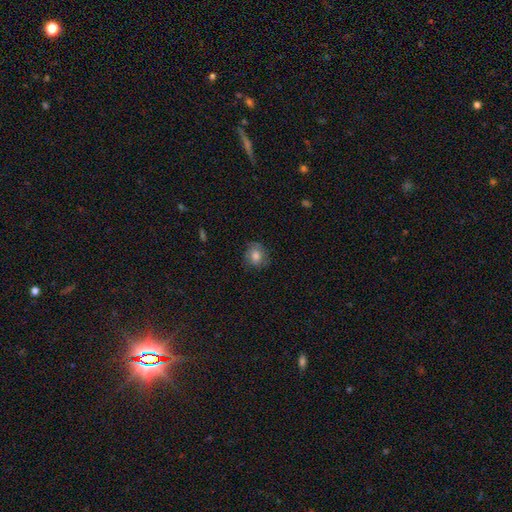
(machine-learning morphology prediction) This is likely a smooth galaxy (73%). How rounded: likely round (75%). Merging: likely none (75%).